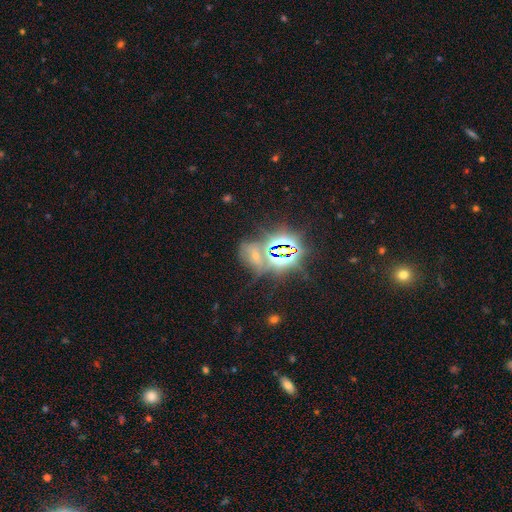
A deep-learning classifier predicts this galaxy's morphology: type=star or artifact (61%).